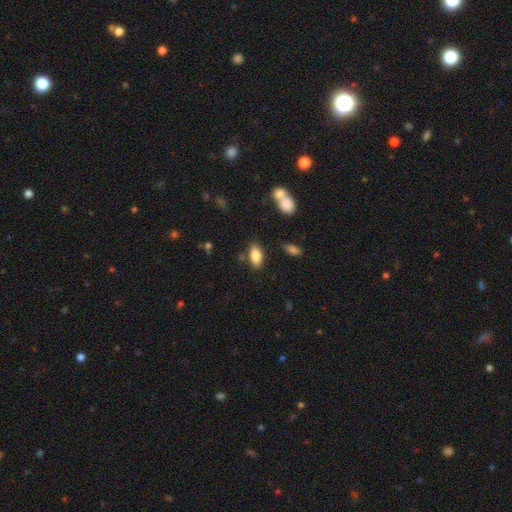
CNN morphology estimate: This appears to be a smooth galaxy with no disk features (84%) that is in between round and cigar-shaped (89%). Merging: none (79%).